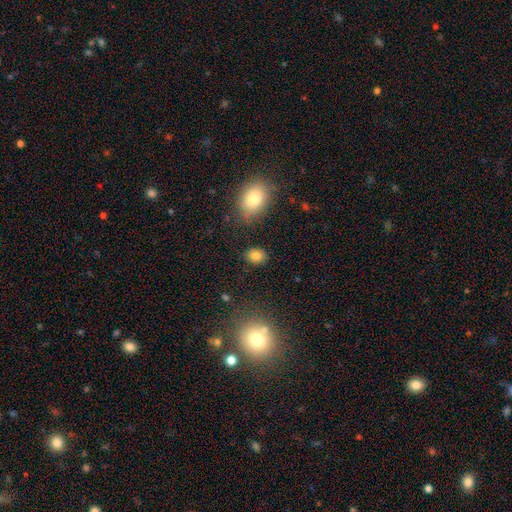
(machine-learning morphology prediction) This appears to be a smooth galaxy with no disk features (81%) that is in between round and cigar-shaped (54%). Merging: none (86%).